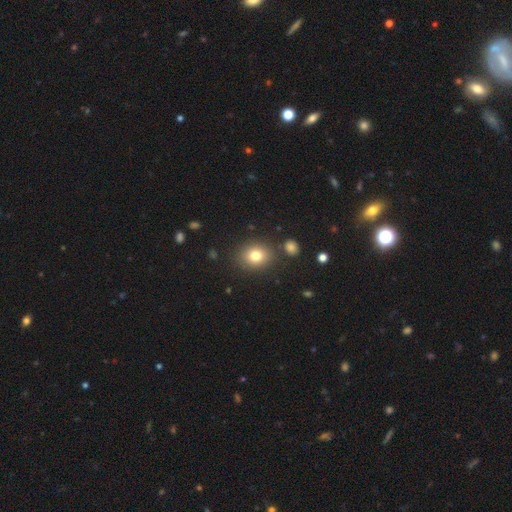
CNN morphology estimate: A smooth galaxy with no disk features (79%) that is round (64%). Merging: none (83%).